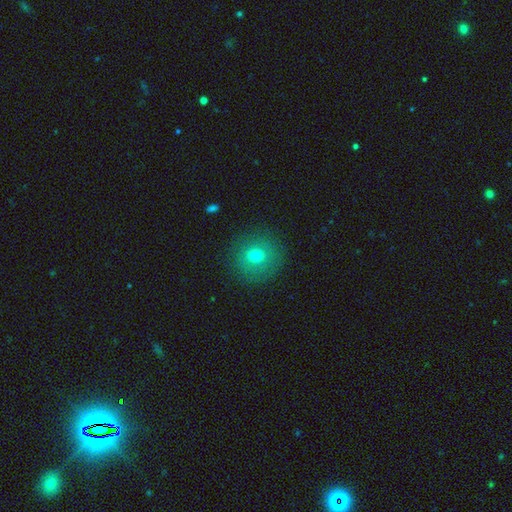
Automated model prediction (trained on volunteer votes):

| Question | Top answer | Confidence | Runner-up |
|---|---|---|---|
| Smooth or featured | smooth | 70% | featured or disk (17%) |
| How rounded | round | 87% | in between (12%) |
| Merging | none | 86% | minor disturbance (9%) |